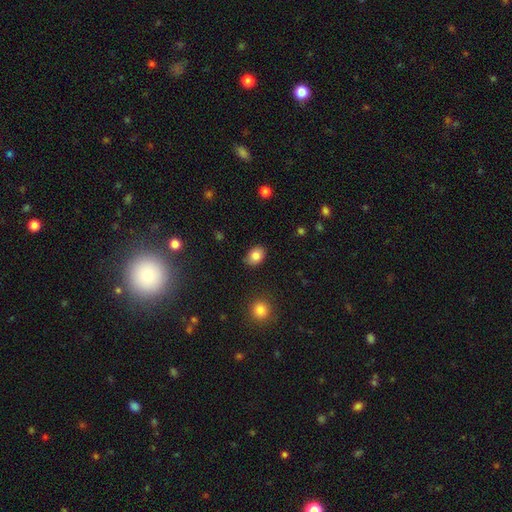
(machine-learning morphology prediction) Overall: smooth (84%). How rounded: in between (70%). Merging: none (83%).